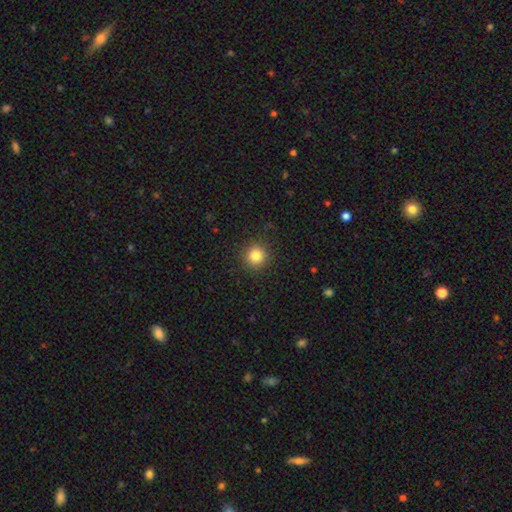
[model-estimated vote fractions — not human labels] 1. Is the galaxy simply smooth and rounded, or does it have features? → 83% smooth, 12% star or artifact, 5% featured or disk.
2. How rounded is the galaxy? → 93% round, 6% in between, 1% cigar-shaped.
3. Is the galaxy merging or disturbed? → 90% none, 6% minor disturbance, 2% major disturbance, 1% merger.